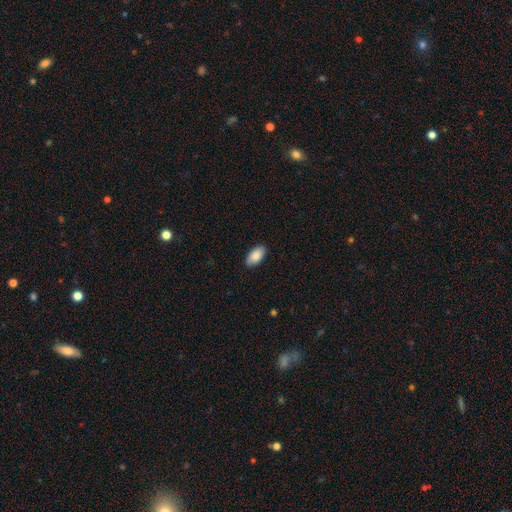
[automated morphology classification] type=smooth (88%); roundness=in between (94%); merging=none (88%).